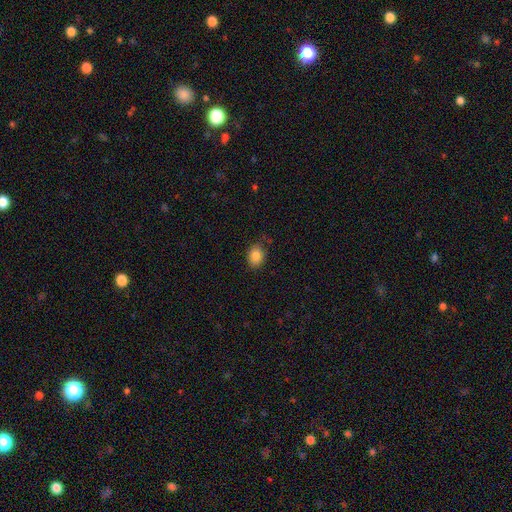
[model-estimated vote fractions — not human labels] smooth_or_featured: smooth (p=0.85) [alt: star or artifact p=0.09]
how_rounded: in between (p=0.59) [alt: round p=0.40]
merging: none (p=0.81) [alt: minor disturbance p=0.14]